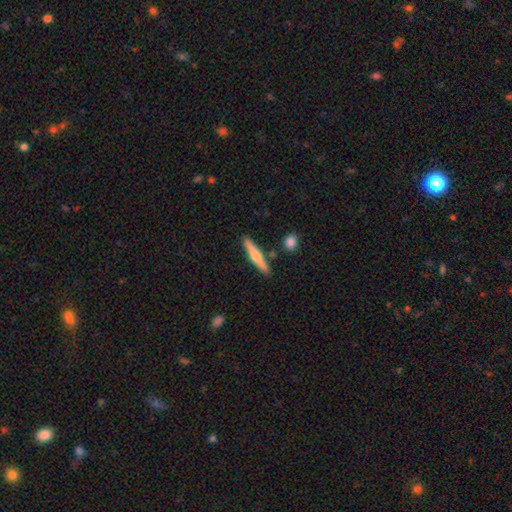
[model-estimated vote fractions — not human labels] Smooth or featured: smooth — 57% (featured or disk — 38%)
How rounded: cigar-shaped — 91% (in between — 7%)
Merging: none — 85% (minor disturbance — 9%)